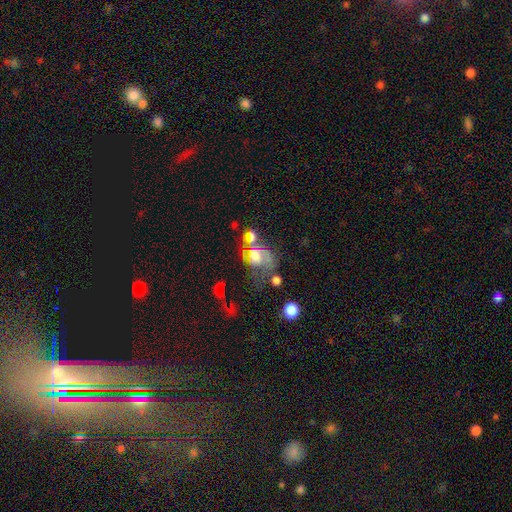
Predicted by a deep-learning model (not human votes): This appears to be a featured or disk galaxy (52%) with no bar (73%), spiral arms (68%) and a moderate central bulge (38%). Merging: major disturbance (32%).